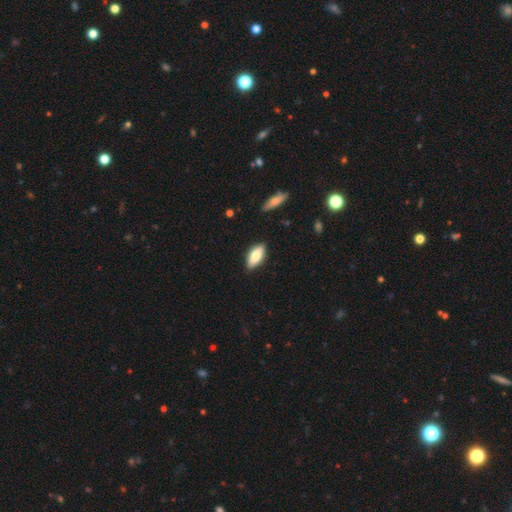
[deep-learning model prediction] Smooth or featured? Predicted: smooth (p=0.74). How rounded? Predicted: in between (p=0.85). Merging? Predicted: none (p=0.86).